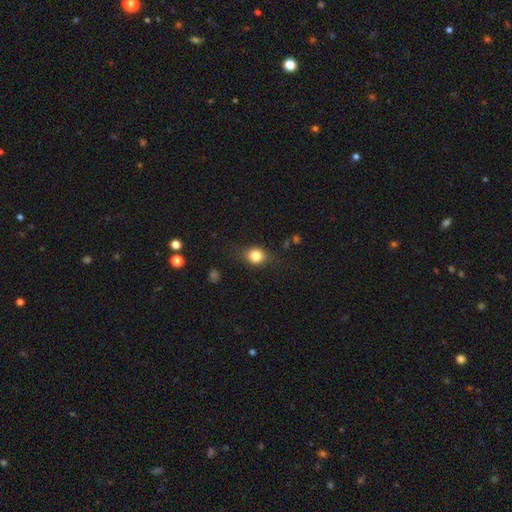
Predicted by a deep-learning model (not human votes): Q: Smooth or featured?
A: smooth (78%); runner-up: featured or disk (11%)
Q: How rounded?
A: round (64%); runner-up: in between (35%)
Q: Merging?
A: none (76%); runner-up: minor disturbance (17%)